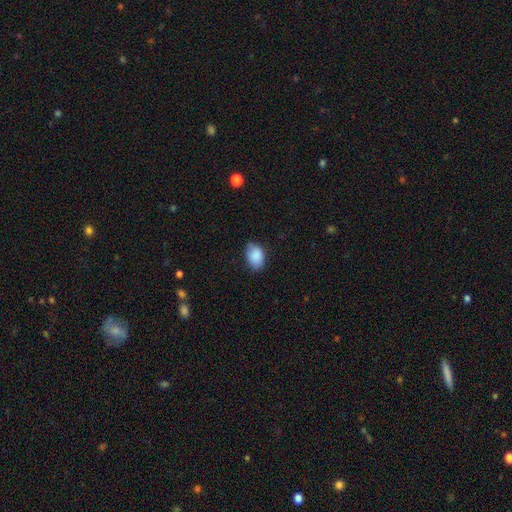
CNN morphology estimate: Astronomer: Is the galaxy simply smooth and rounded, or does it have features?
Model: smooth — 88%.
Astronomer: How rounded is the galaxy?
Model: in between — 86%.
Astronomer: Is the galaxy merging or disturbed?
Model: none — 76%.